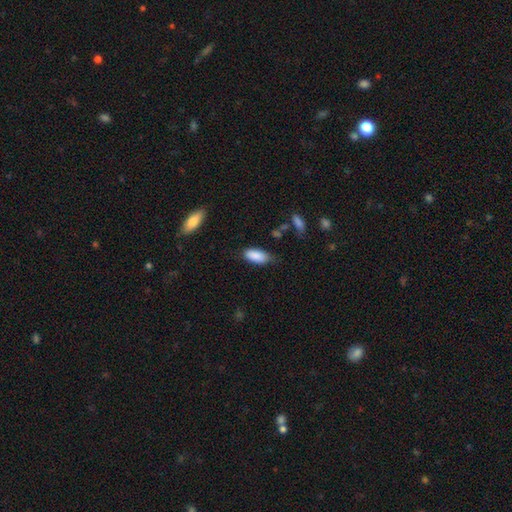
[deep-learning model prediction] Smooth or featured? Predicted: smooth (p=0.88). How rounded? Predicted: in between (p=0.88). Merging? Predicted: none (p=0.72).